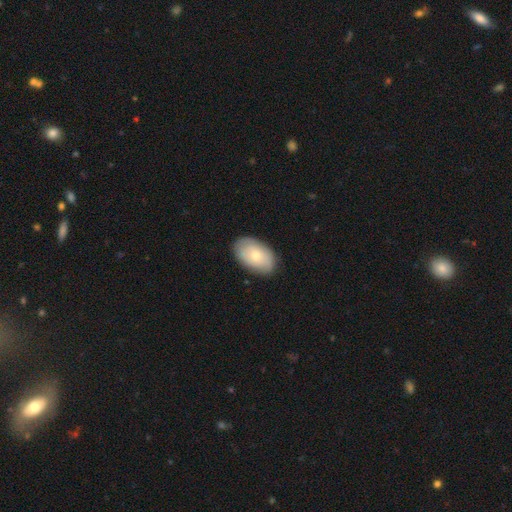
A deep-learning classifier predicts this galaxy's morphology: A smooth galaxy with no disk features (69%) that is in between round and cigar-shaped (91%).

Vote fractions:
- Smooth or featured? smooth: 69% / featured or disk: 25% / star or artifact: 6%
- How rounded? in between: 91% / round: 8% / cigar-shaped: 1%
- Merging? none: 84% / minor disturbance: 13% / major disturbance: 3% / merger: 1%